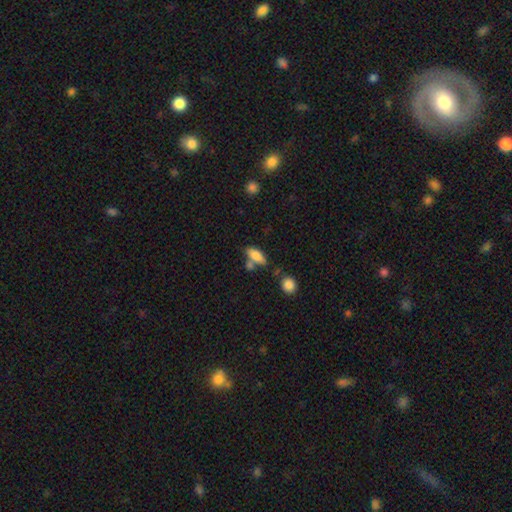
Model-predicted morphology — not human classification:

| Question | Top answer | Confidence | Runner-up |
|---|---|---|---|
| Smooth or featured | smooth | 79% | featured or disk (13%) |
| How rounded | in between | 78% | cigar-shaped (19%) |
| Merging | none | 52% | merger (25%) |